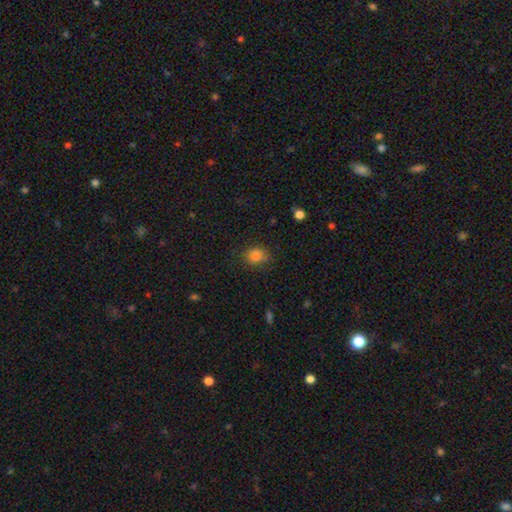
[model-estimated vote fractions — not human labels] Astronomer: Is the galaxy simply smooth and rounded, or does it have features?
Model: smooth — 83%.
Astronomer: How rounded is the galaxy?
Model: in between — 55% (runner-up: round, 44%).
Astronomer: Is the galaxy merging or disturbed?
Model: none — 73%.